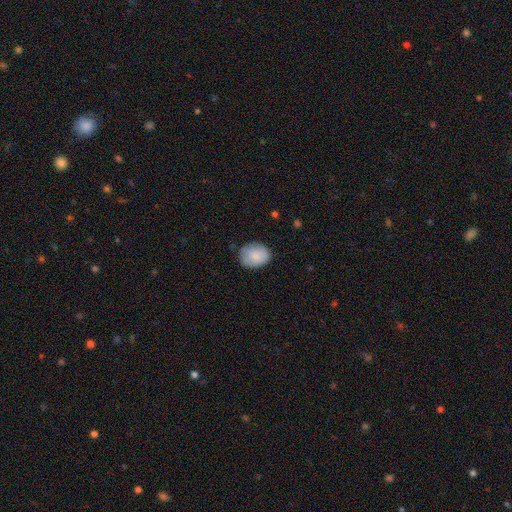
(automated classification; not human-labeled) The model was most divided on "how rounded": round: 51%, in between: 48%, cigar-shaped: 1%. More confident: smooth or featured — smooth (83%); merging — none (78%).